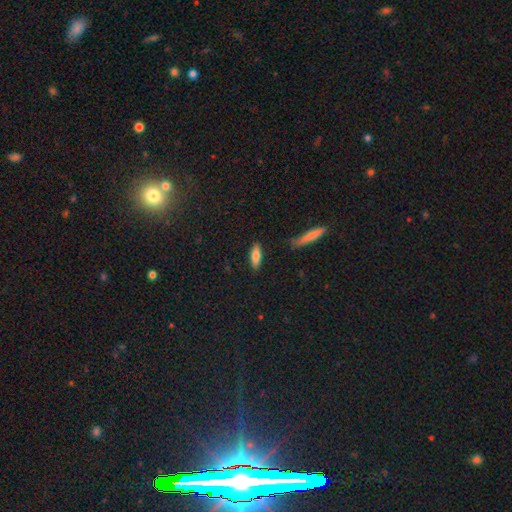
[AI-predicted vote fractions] Morphology: type=smooth (77%); roundness=in between (50%); merging=none (86%).